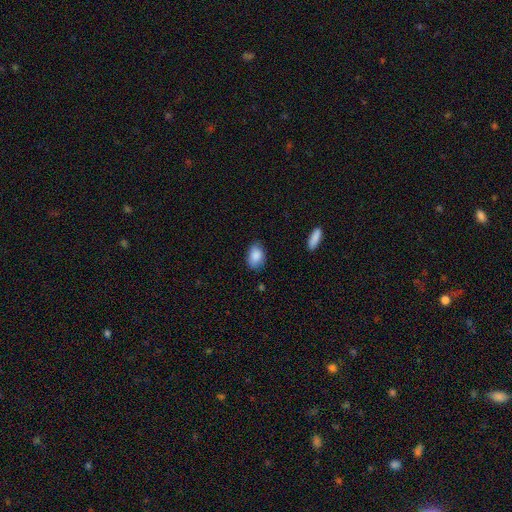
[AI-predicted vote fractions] smooth_or_featured: smooth (p=0.87) [alt: star or artifact p=0.07]
how_rounded: in between (p=0.88) [alt: round p=0.11]
merging: none (p=0.78) [alt: minor disturbance p=0.18]